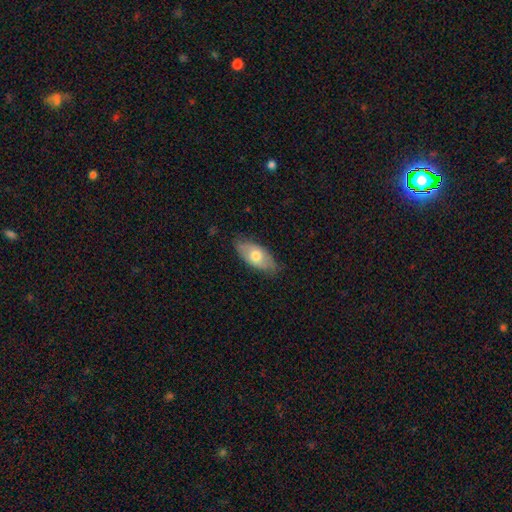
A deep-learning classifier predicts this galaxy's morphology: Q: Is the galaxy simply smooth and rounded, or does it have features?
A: smooth — 63%.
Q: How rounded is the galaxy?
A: in between — 90%.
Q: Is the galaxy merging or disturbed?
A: none — 77%.